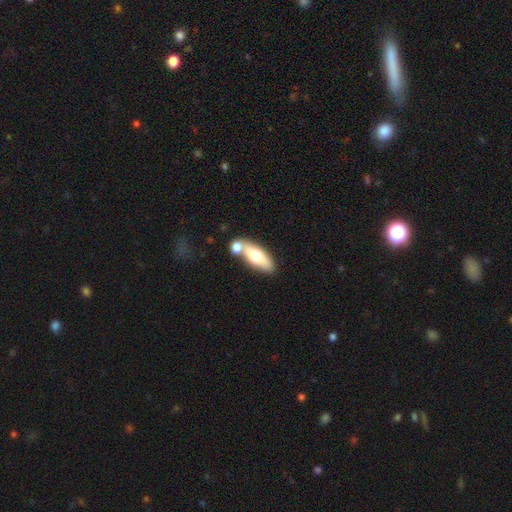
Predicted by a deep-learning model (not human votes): This appears to be a smooth galaxy with no disk features (62%) that is in between round and cigar-shaped (69%). Merging: none (55%).